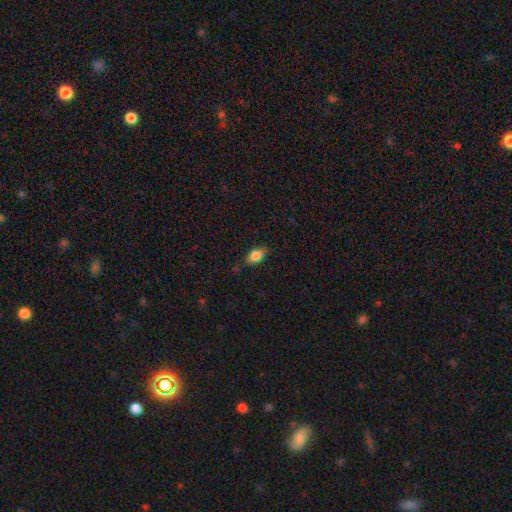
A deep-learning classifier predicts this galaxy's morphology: This appears to be a smooth galaxy with no disk features (81%) that is in between round and cigar-shaped (85%). Merging: none (76%).